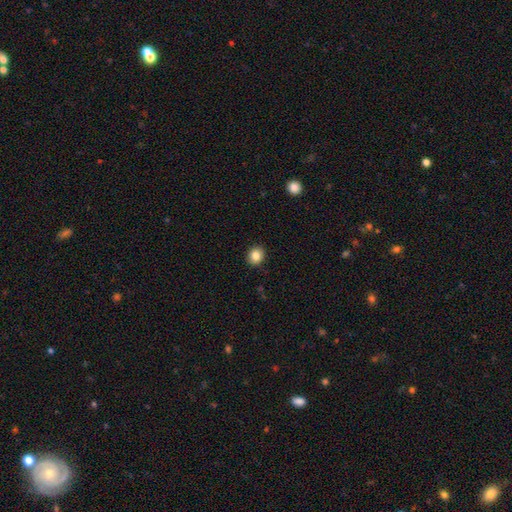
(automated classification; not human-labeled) A smooth galaxy with no disk features (84%) that is round (68%). Merging: none (90%).